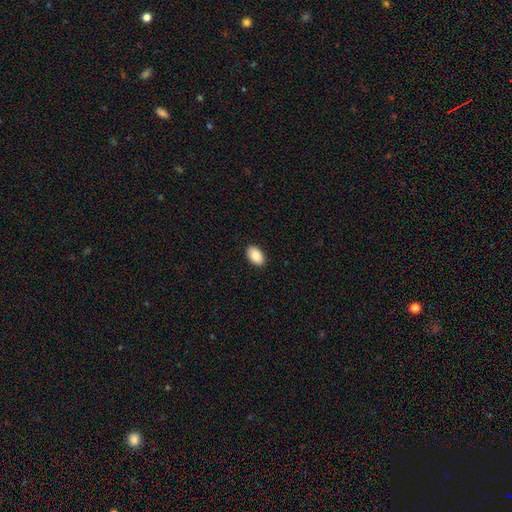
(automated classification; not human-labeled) smooth_or_featured: smooth (p=0.89) [alt: star or artifact p=0.07]
how_rounded: in between (p=0.93) [alt: round p=0.06]
merging: none (p=0.90) [alt: minor disturbance p=0.07]